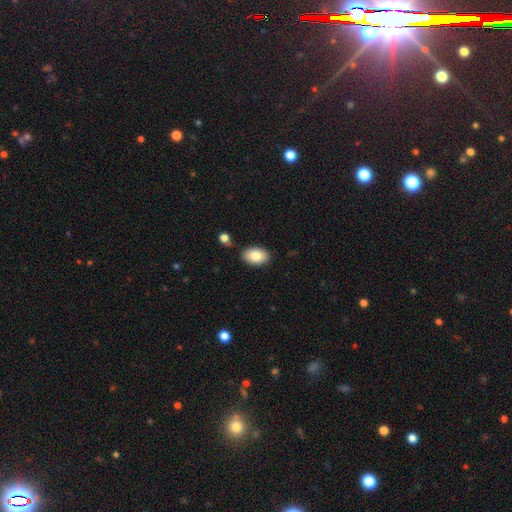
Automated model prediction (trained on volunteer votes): A smooth galaxy with no disk features (84%) that is in between round and cigar-shaped (90%).

Vote fractions:
- Smooth or featured? smooth: 84% / featured or disk: 9% / star or artifact: 7%
- How rounded? in between: 90% / round: 9% / cigar-shaped: 1%
- Merging? none: 81% / minor disturbance: 12% / merger: 4% / major disturbance: 3%